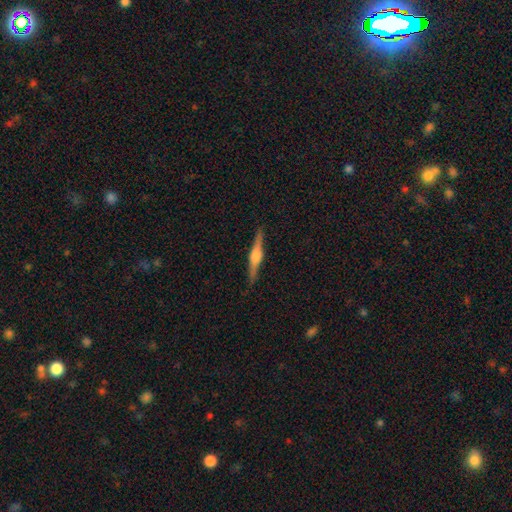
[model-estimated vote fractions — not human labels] This is likely a featured or disk galaxy (76%). It is clearly viewed edge-on (98%). Edge-on bulge: likely rounded (78%). Merging: clearly none (91%).